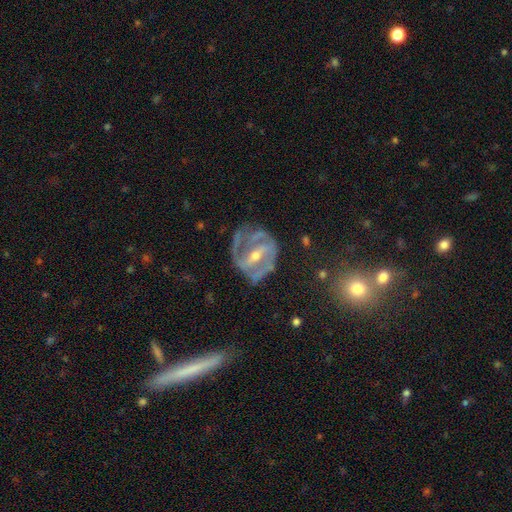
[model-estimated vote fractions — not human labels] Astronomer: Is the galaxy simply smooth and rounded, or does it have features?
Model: featured or disk — 88%.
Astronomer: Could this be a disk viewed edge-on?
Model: no — 96%.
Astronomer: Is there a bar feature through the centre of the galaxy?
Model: strong — 61%.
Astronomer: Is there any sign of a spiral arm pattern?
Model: yes — 91%.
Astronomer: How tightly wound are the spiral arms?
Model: medium — 46% (runner-up: tight, 36%).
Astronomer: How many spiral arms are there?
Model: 2 — 59%.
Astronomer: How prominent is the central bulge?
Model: small — 49% (runner-up: moderate, 47%).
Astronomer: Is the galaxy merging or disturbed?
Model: none — 59%.